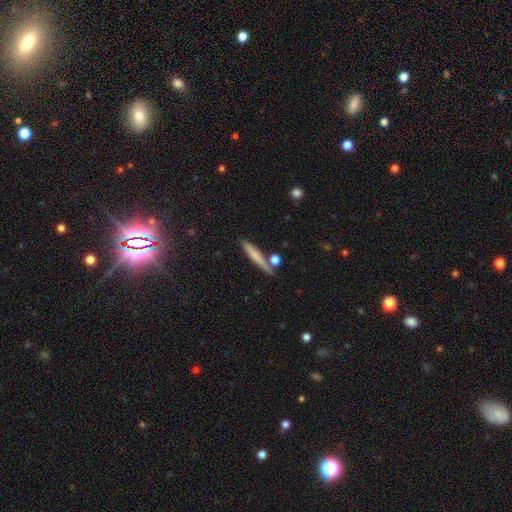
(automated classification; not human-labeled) A smooth galaxy with no disk features (66%) that is cigar-shaped (92%).

Vote fractions:
- Smooth or featured? smooth: 66% / featured or disk: 26% / star or artifact: 8%
- How rounded? cigar-shaped: 92% / in between: 6% / round: 2%
- Merging? none: 79% / minor disturbance: 10% / merger: 8% / major disturbance: 3%